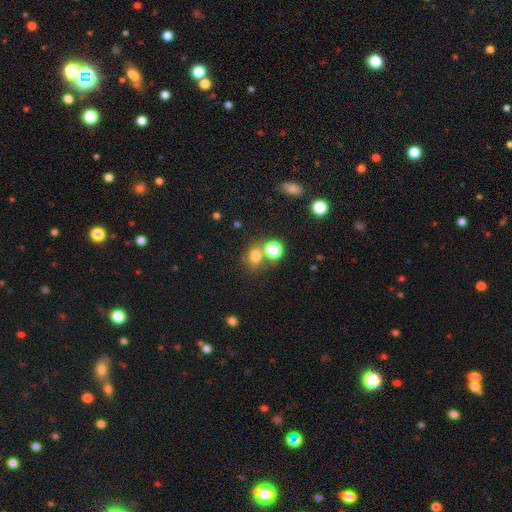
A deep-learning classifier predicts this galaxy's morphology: Overall: smooth (72%). How rounded: round (59%; in between 40%). Merging: none (58%; merger 25%).